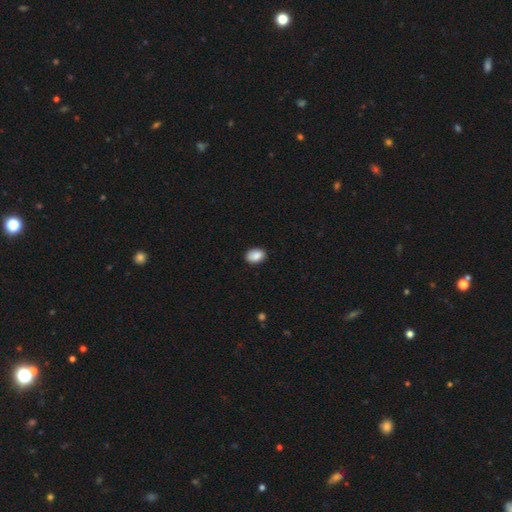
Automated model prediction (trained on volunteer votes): Smooth or featured? smooth (89%)
How rounded? in between (82%)
Merging? none (89%)